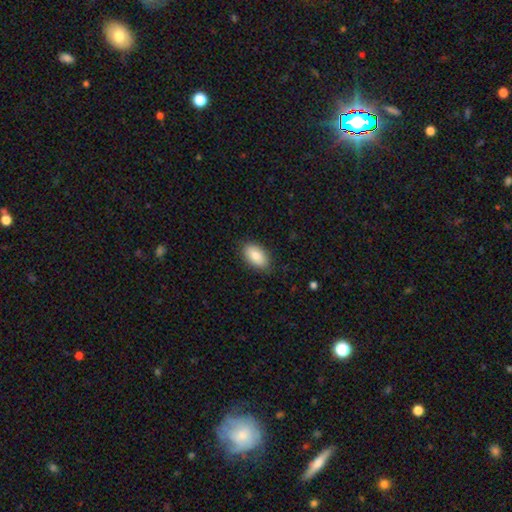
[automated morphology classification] The model was most divided on "merging": none: 85%, minor disturbance: 11%, major disturbance: 2%, merger: 1%. More confident: how rounded — in between (94%); smooth or featured — smooth (86%).